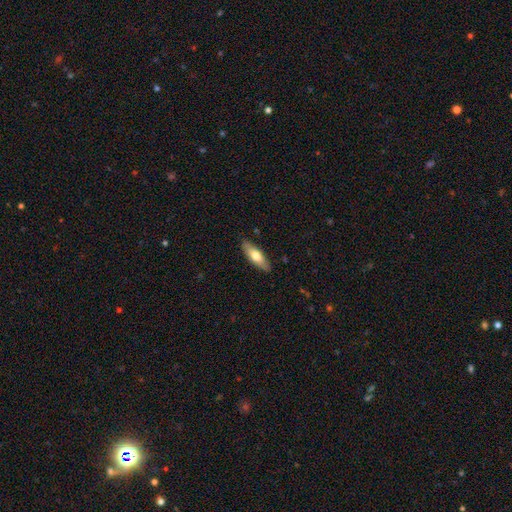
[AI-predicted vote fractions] smooth_or_featured: smooth (p=0.66) [alt: featured or disk p=0.28]
how_rounded: in between (p=0.55) [alt: cigar-shaped p=0.43]
merging: none (p=0.86) [alt: minor disturbance p=0.11]